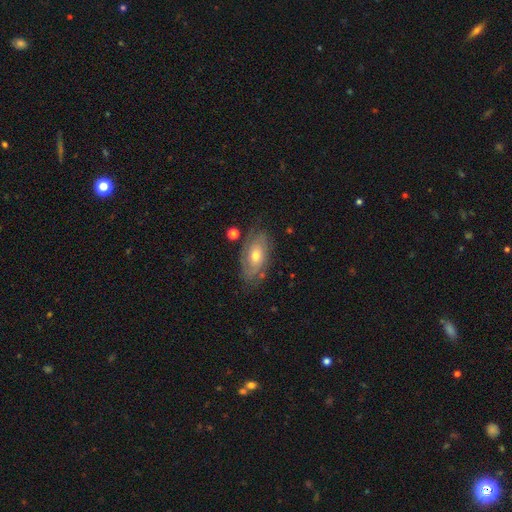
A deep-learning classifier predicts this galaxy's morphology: smooth_or_featured: featured or disk (p=0.62) [alt: smooth p=0.31]
disk_edge_on: no (p=0.90) [alt: yes p=0.10]
bar: no (p=0.74) [alt: weak p=0.22]
has_spiral_arms: yes (p=0.80) [alt: no p=0.20]
bulge_size: moderate (p=0.65) [alt: small p=0.29]
merging: none (p=0.70) [alt: minor disturbance p=0.20]